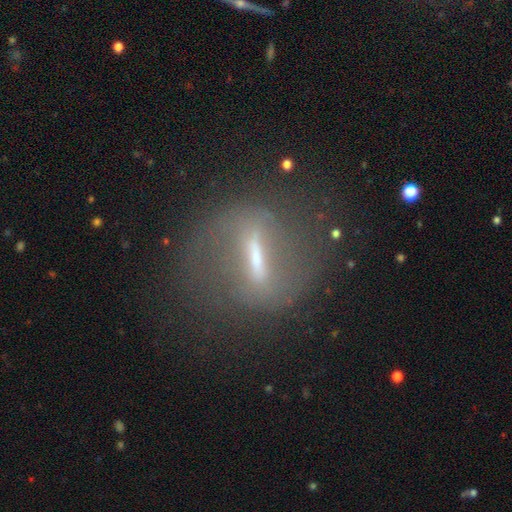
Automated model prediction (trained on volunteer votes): smooth_or_featured: featured or disk (p=0.67) [alt: smooth p=0.20]
disk_edge_on: no (p=0.63) [alt: yes p=0.37]
merging: none (p=0.66) [alt: major disturbance p=0.17]